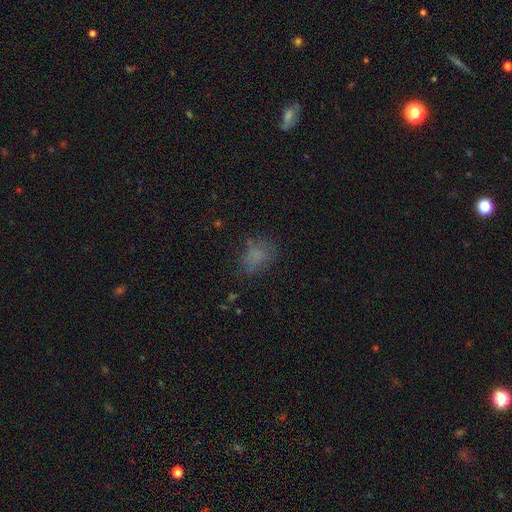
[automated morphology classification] Smooth or featured? smooth (69%)
How rounded? in between (65%)
Merging? none (61%)